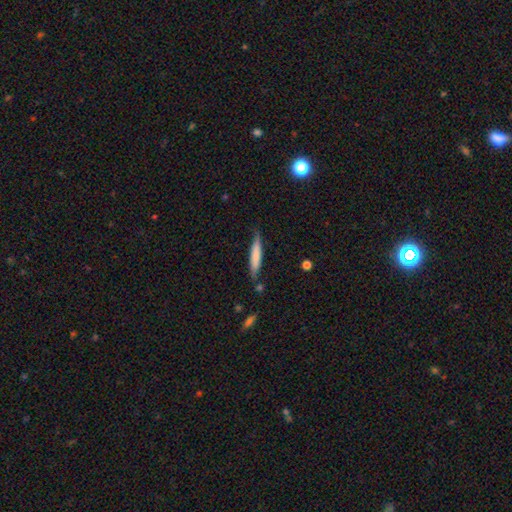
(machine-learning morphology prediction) This appears to be a smooth galaxy with no disk features (69%) that is cigar-shaped (90%). Merging: none (75%).